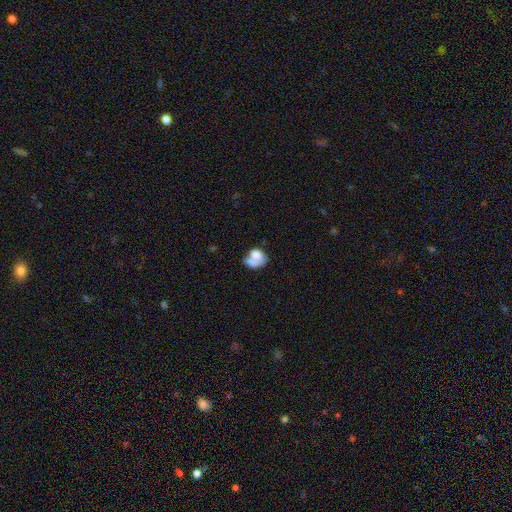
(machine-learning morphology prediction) smooth 67%, featured or disk 25%, star or artifact 8%. Down the decision tree: how rounded — in between (58%); merging — merger (40%).